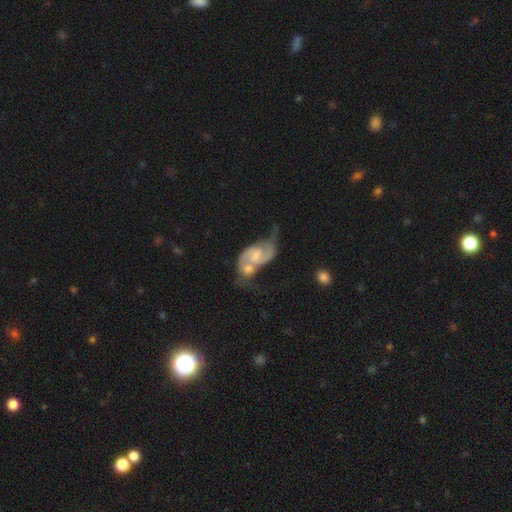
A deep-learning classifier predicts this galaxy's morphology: Smooth or featured? featured or disk (81%)
Edge-on disk? no (97%)
Bar? weak (47%)
Spiral arms? yes (93%)
Spiral winding? medium (44%)
Spiral arm count? 2 (87%)
Bulge size? small (37%)
Merging? merger (50%)